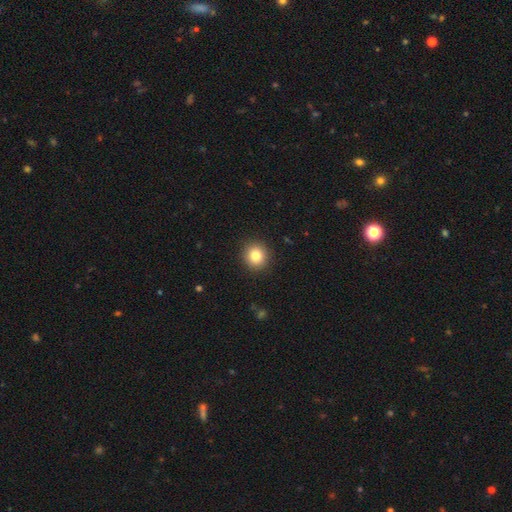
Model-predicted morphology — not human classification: Overall: smooth (82%). How rounded: round (90%). Merging: none (92%).